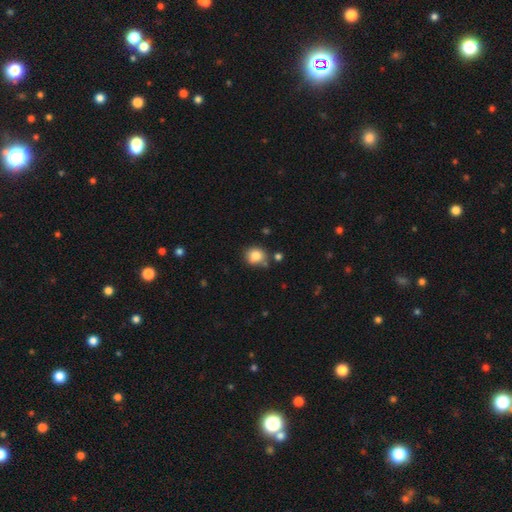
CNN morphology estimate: Smooth or featured? smooth (85%)
How rounded? round (78%)
Merging? none (74%)